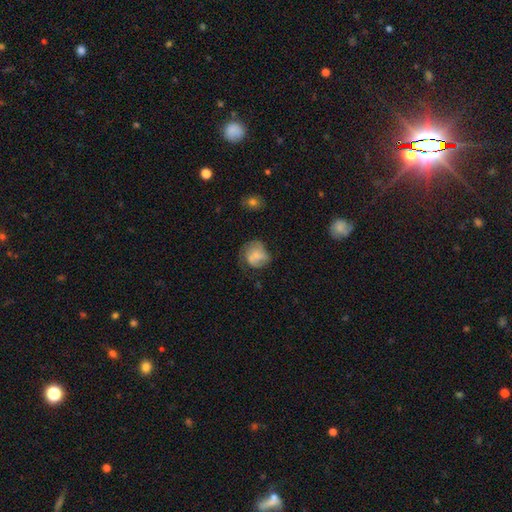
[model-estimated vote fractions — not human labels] The model was most divided on "smooth or featured": smooth: 52%, featured or disk: 40%, star or artifact: 8%. Remaining: how rounded — round (74%); merging — none (49%).